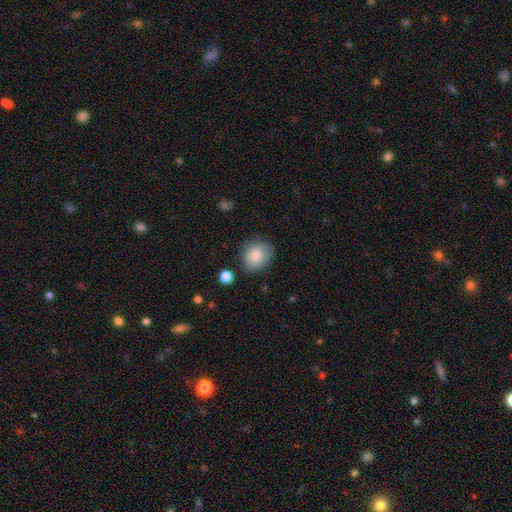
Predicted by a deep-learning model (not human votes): Morphology: type=smooth (84%); roundness=round (63%); merging=none (73%).